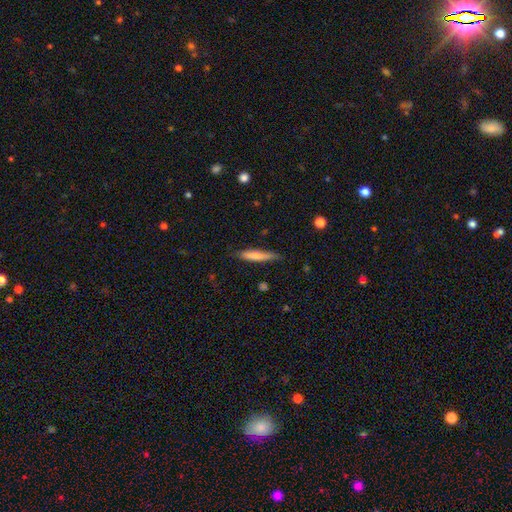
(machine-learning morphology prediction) Smooth or featured? Predicted: smooth (p=0.73). How rounded? Predicted: cigar-shaped (p=0.88). Merging? Predicted: none (p=0.74).